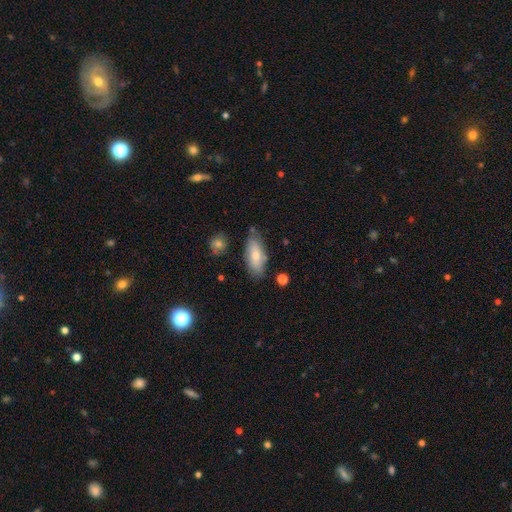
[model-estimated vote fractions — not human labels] Smooth or featured? Predicted: smooth (p=0.73). How rounded? Predicted: in between (p=0.81). Merging? Predicted: none (p=0.77).